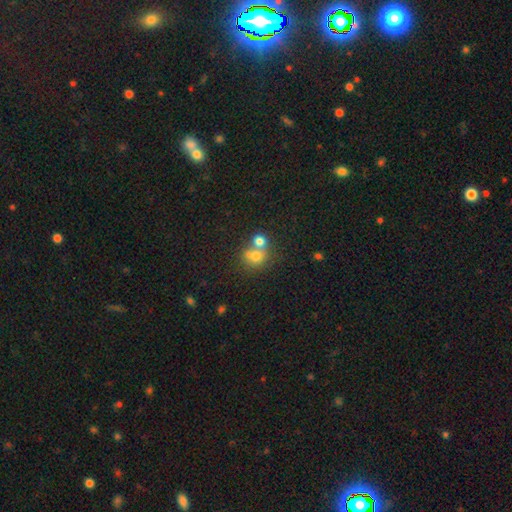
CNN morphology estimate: This appears to be a smooth galaxy with no disk features (70%) that is round (77%). Merging: merger (51%).